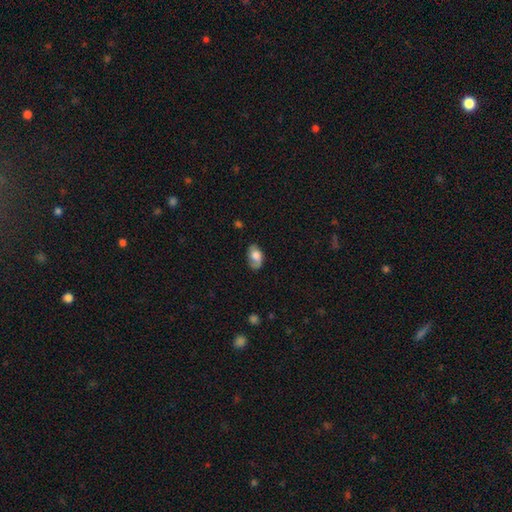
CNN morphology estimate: smooth 71%, featured or disk 21%, star or artifact 7%. Down the decision tree: how rounded — in between (91%); merging — none (65%).